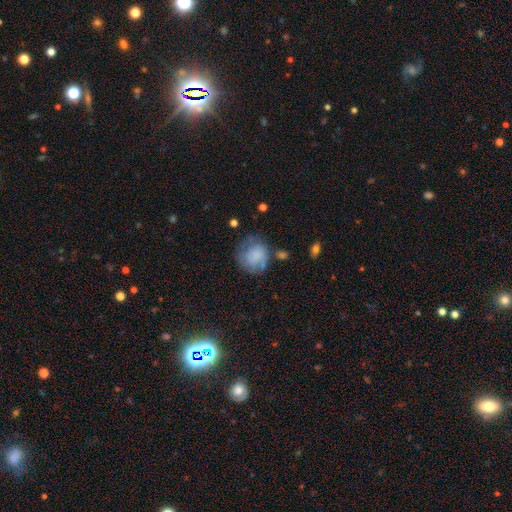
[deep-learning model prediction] Smooth or featured: smooth — 67% (featured or disk — 24%)
How rounded: round — 79% (in between — 20%)
Merging: none — 51% (minor disturbance — 27%)